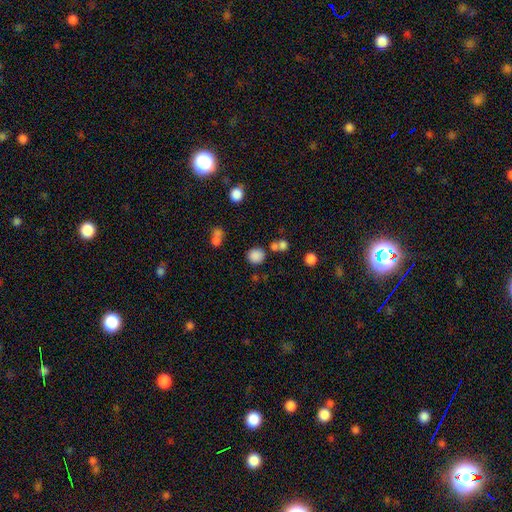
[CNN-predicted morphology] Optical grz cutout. It shows a smooth galaxy with no disk features (81%) that is round (86%). Merging: none (70%).